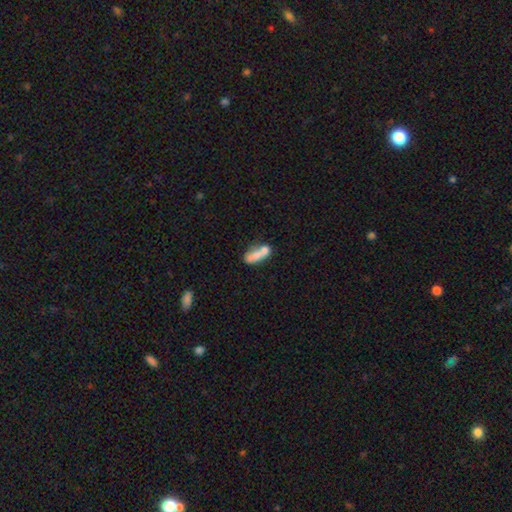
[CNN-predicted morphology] A smooth galaxy with no disk features (64%) that is in between round and cigar-shaped (62%).

Vote fractions:
- Smooth or featured? smooth: 64% / featured or disk: 27% / star or artifact: 9%
- How rounded? in between: 62% / cigar-shaped: 33% / round: 5%
- Merging? merger: 43% / none: 30% / minor disturbance: 16% / major disturbance: 10%